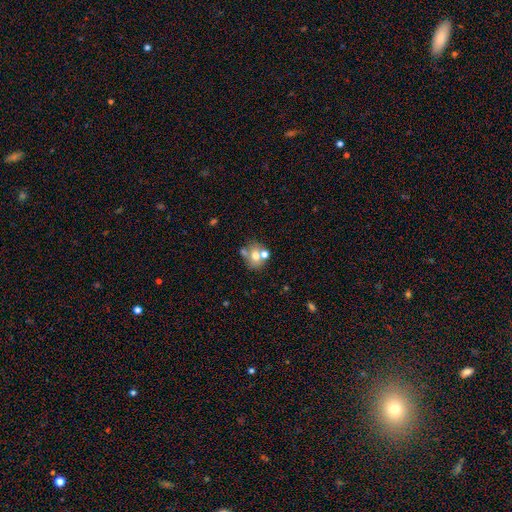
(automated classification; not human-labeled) This appears to be a smooth galaxy with no disk features (57%) that is round (64%). Merging: none (46%).